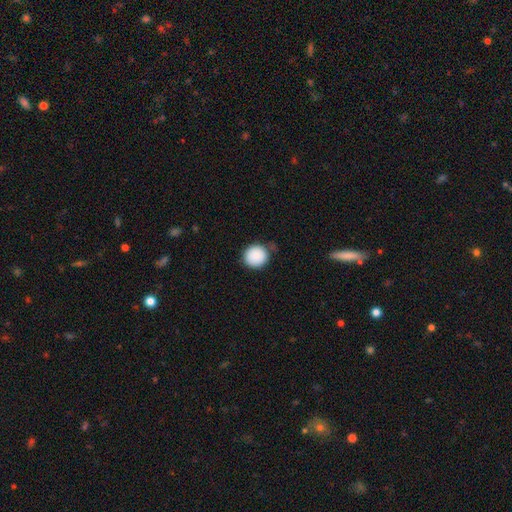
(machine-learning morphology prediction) Smooth or featured: smooth — 88% (star or artifact — 8%)
How rounded: round — 90% (in between — 9%)
Merging: none — 71% (minor disturbance — 21%)